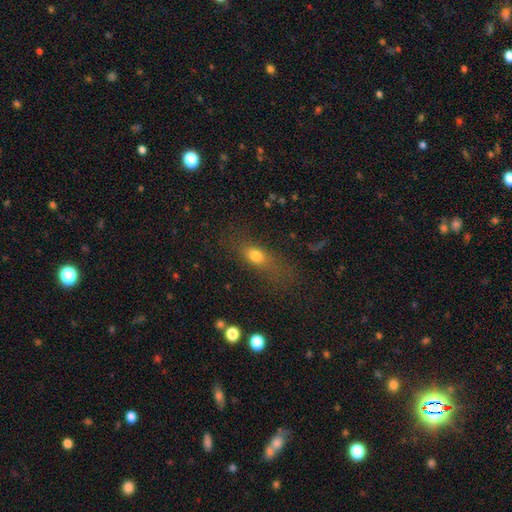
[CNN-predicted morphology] Smooth or featured? smooth (69%)
How rounded? in between (55%)
Merging? none (61%)